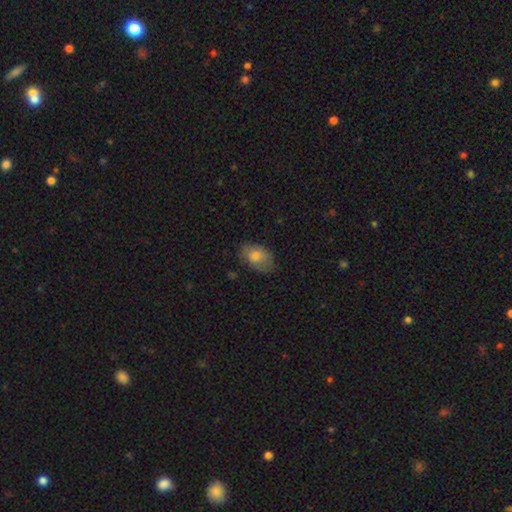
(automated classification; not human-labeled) Smooth or featured: smooth — 78% (featured or disk — 14%)
How rounded: in between — 88% (round — 11%)
Merging: none — 74% (minor disturbance — 20%)